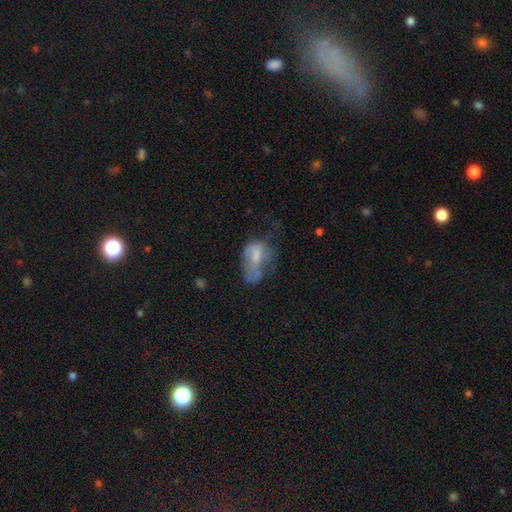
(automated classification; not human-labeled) This is possibly a smooth galaxy (52%). How rounded: clearly in between (84%). Merging: marginally major disturbance (42%).